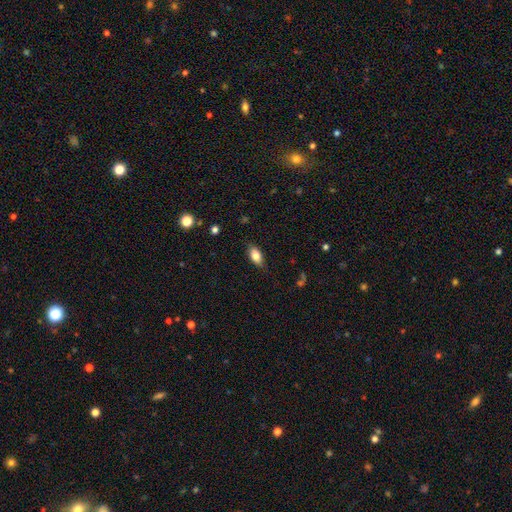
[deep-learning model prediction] Smooth or featured: smooth — 82% (featured or disk — 11%)
How rounded: in between — 89% (cigar-shaped — 6%)
Merging: none — 84% (minor disturbance — 12%)